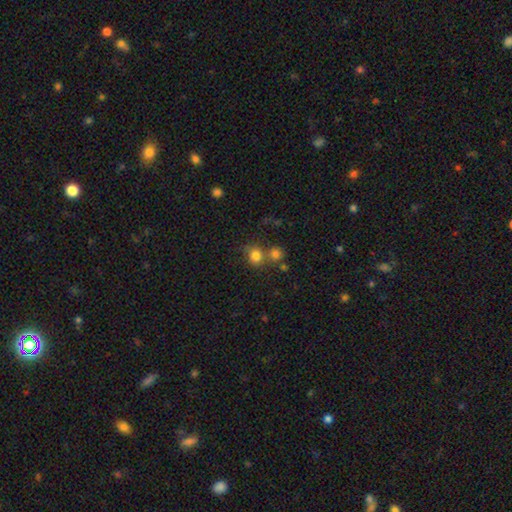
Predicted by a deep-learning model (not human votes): A smooth galaxy with no disk features (80%) that is round (83%).

Vote fractions:
- Smooth or featured? smooth: 80% / star or artifact: 13% / featured or disk: 7%
- How rounded? round: 83% / in between: 17% / cigar-shaped: 1%
- Merging? none: 57% / merger: 28% / minor disturbance: 10% / major disturbance: 4%